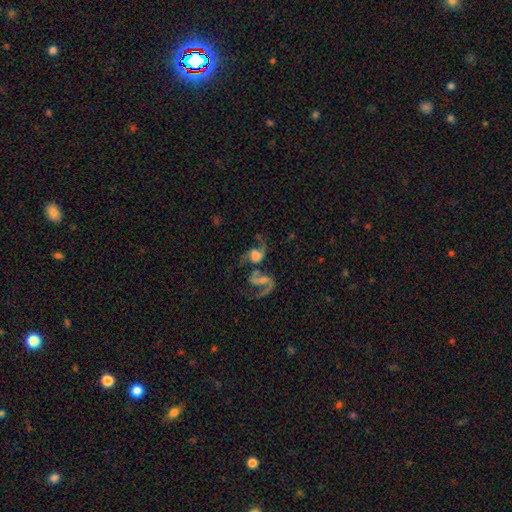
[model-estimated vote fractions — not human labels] Smooth or featured: featured or disk — 67% (smooth — 23%)
Edge-on disk: no — 96% (yes — 4%)
Bar: no — 65% (weak — 27%)
Spiral arms: yes — 86% (no — 14%)
Spiral winding: loose — 67% (medium — 26%)
Spiral arm count: 2 — 64% (1 — 24%)
Bulge size: large — 27% (moderate — 26%)
Merging: merger — 51% (none — 21%)